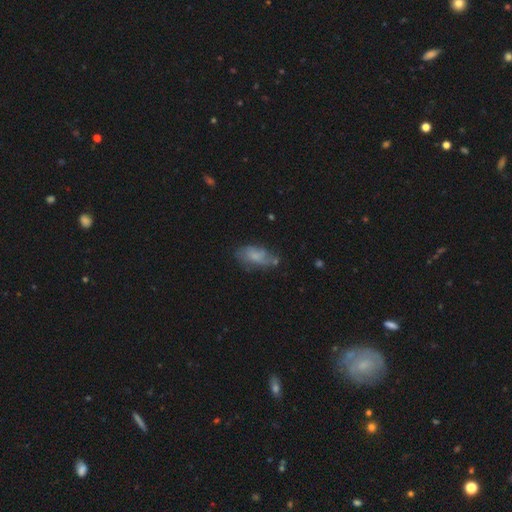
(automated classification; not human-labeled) The model was most divided on "merging": none: 49%, minor disturbance: 30%, major disturbance: 14%, merger: 7%. More confident: how rounded — in between (87%); smooth or featured — smooth (61%).